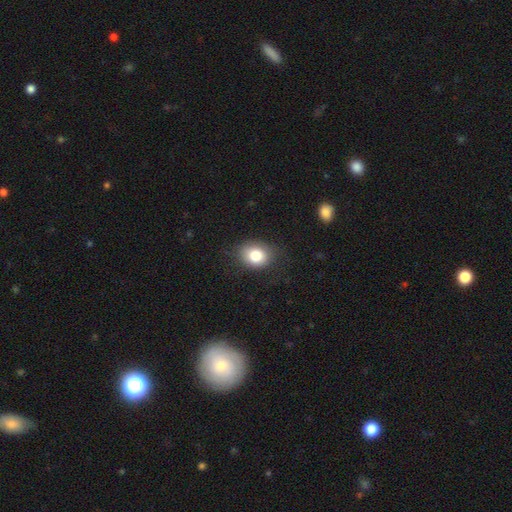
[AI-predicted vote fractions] The model was most divided on "how rounded": round: 51%, in between: 48%, cigar-shaped: 1%. More confident: smooth or featured — smooth (80%); merging — none (80%).